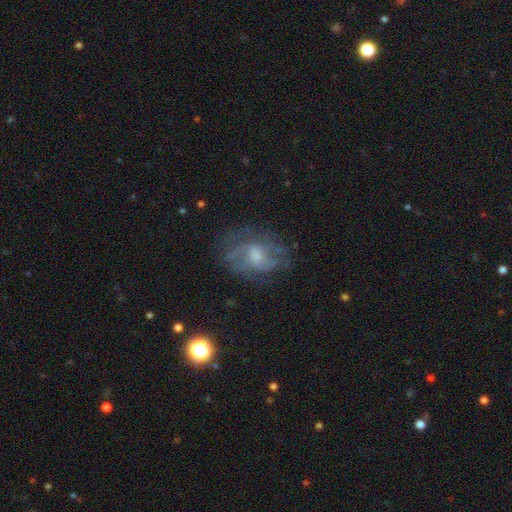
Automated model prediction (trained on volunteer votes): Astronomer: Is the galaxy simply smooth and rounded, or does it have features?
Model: featured or disk — 60%.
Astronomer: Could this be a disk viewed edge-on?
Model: no — 97%.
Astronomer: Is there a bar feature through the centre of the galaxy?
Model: no — 67%.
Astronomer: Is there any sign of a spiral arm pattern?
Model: yes — 61% (runner-up: no, 39%).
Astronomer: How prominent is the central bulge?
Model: moderate — 47% (runner-up: small, 26%).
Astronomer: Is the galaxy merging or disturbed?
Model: none — 56%.